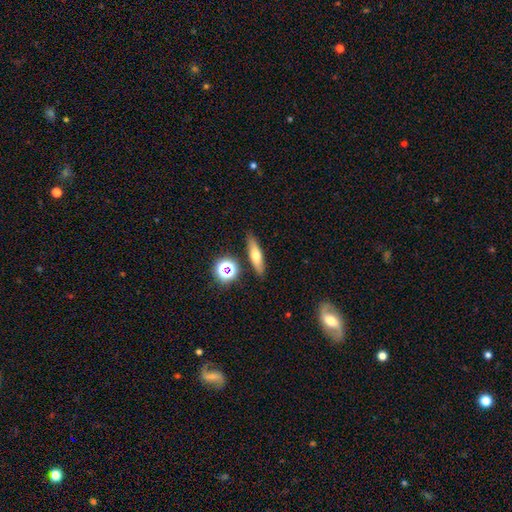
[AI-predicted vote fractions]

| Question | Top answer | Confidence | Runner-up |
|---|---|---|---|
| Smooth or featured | smooth | 57% | featured or disk (32%) |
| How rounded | cigar-shaped | 65% | in between (28%) |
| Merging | none | 85% | minor disturbance (8%) |